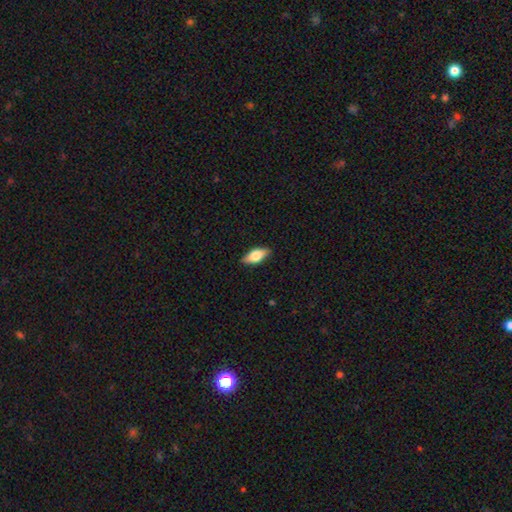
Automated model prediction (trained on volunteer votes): Morphology: type=smooth (65%); roundness=in between (80%); merging=none (87%).